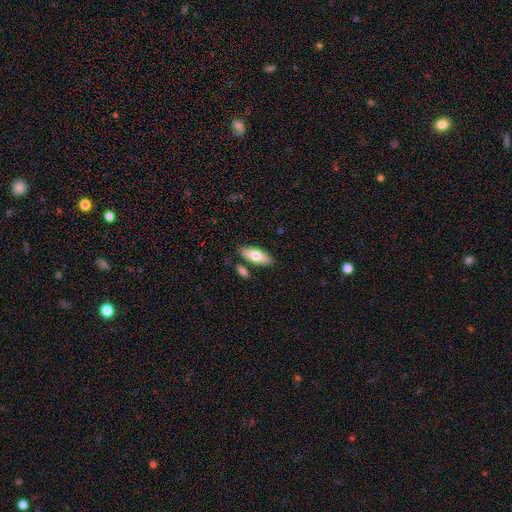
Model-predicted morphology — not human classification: smooth_or_featured: smooth (p=0.73) [alt: featured or disk p=0.21]
how_rounded: in between (p=0.82) [alt: cigar-shaped p=0.16]
merging: none (p=0.79) [alt: minor disturbance p=0.11]